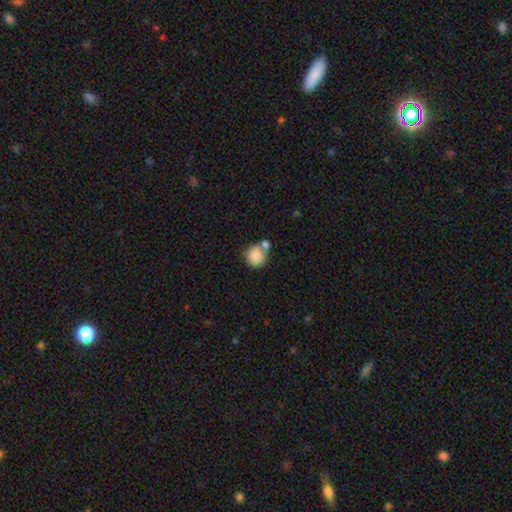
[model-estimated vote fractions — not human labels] Q: Smooth or featured?
A: smooth (82%); runner-up: featured or disk (10%)
Q: How rounded?
A: round (91%); runner-up: in between (8%)
Q: Merging?
A: none (56%); runner-up: merger (29%)